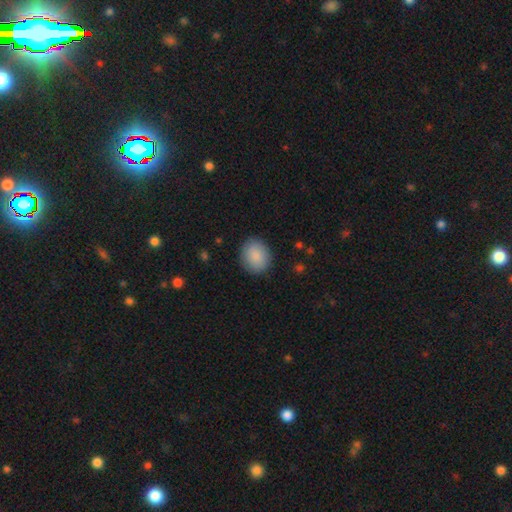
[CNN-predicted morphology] smooth-or-featured: smooth: 89% | star or artifact: 6% | featured or disk: 5%
  how-rounded: round: 65% | in between: 34% | cigar-shaped: 1%
  merging: none: 88% | minor disturbance: 9% | major disturbance: 3% | merger: 1%